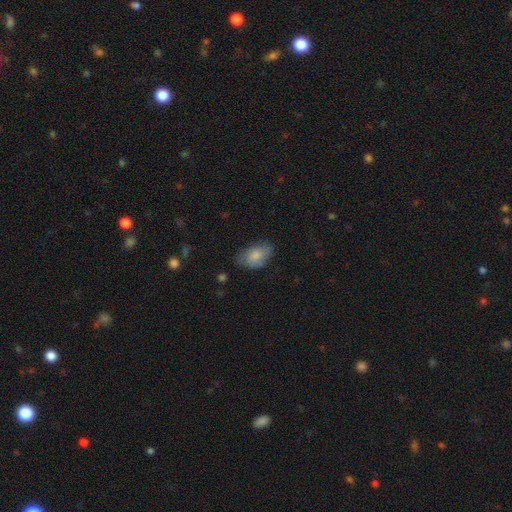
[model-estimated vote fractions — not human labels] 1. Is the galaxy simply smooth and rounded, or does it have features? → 81% smooth, 13% featured or disk, 7% star or artifact.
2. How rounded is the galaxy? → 90% in between, 9% round, 1% cigar-shaped.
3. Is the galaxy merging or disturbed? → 63% none, 29% minor disturbance, 7% major disturbance, 1% merger.